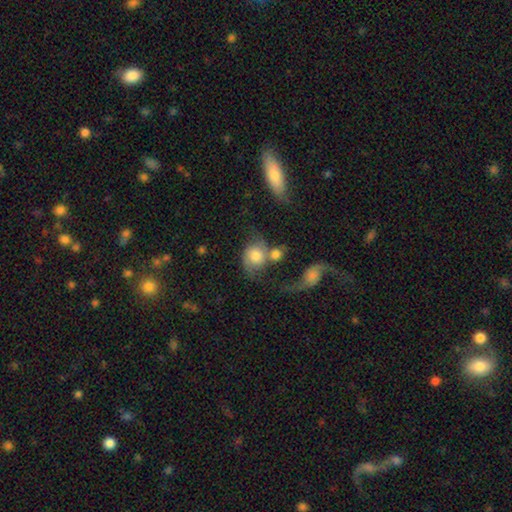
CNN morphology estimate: The model was most divided on "smooth or featured": smooth: 50%, featured or disk: 41%, star or artifact: 9%. Remaining: how rounded — round (62%); merging — merger (49%).